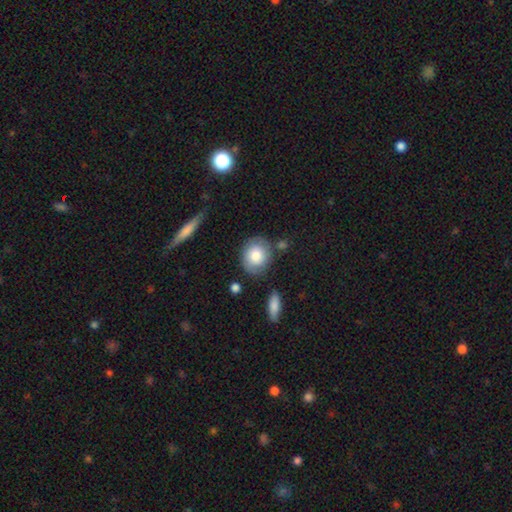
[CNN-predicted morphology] smooth_or_featured: smooth (p=0.75) [alt: featured or disk p=0.18]
how_rounded: round (p=0.70) [alt: in between p=0.29]
merging: none (p=0.73) [alt: minor disturbance p=0.17]